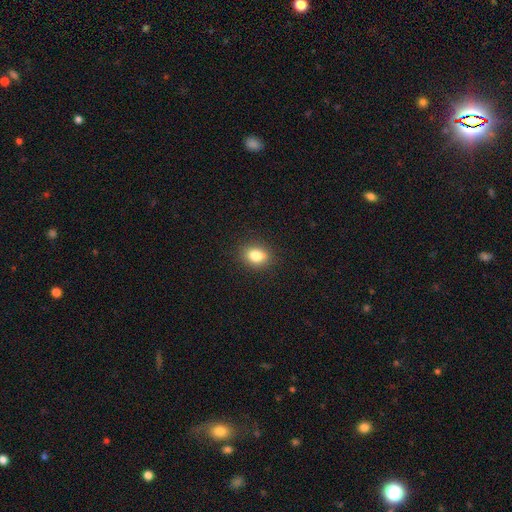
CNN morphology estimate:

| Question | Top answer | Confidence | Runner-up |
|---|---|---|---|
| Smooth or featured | smooth | 81% | star or artifact (11%) |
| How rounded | in between | 59% | round (39%) |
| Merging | none | 86% | minor disturbance (10%) |